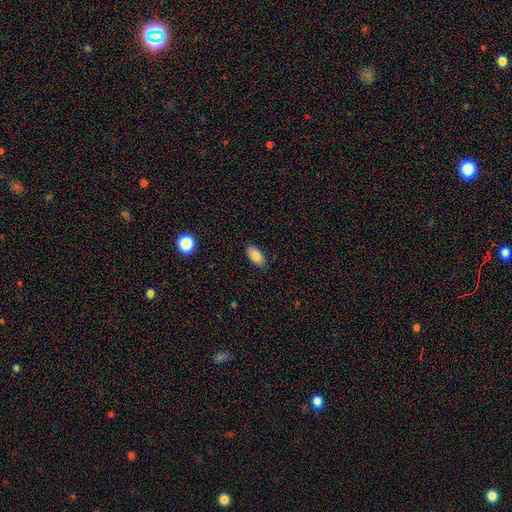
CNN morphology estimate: Smooth or featured? smooth (86%)
How rounded? in between (92%)
Merging? none (86%)